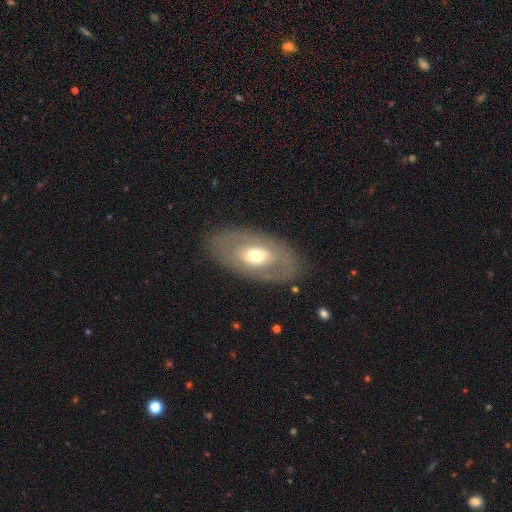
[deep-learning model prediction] Smooth or featured?
  - featured or disk: 50% *
  - smooth: 44%
  - star or artifact: 7%
Merging?
  - none: 82% *
  - minor disturbance: 11%
  - major disturbance: 6%
  - merger: 1%